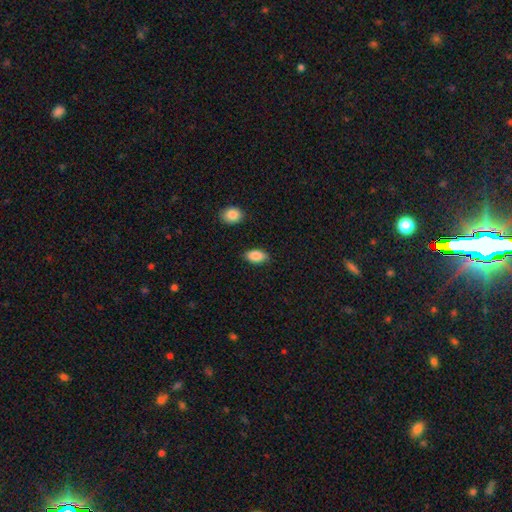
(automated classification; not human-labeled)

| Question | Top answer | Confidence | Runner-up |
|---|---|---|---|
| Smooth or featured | smooth | 88% | star or artifact (7%) |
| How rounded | in between | 93% | round (5%) |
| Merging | none | 85% | minor disturbance (11%) |